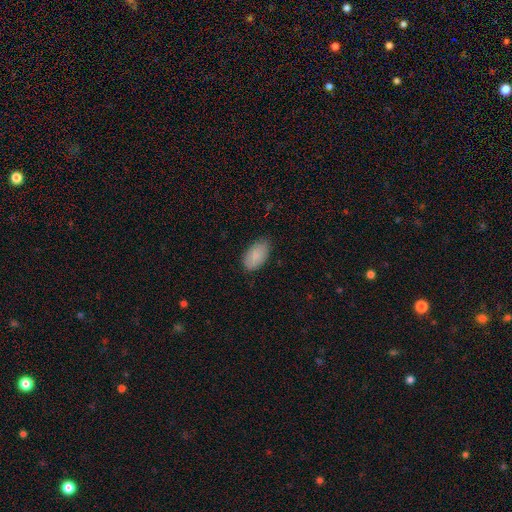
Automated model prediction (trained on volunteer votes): The model was most divided on "merging": none: 78%, minor disturbance: 18%, major disturbance: 3%, merger: 1%. More confident: how rounded — in between (95%); smooth or featured — smooth (87%).